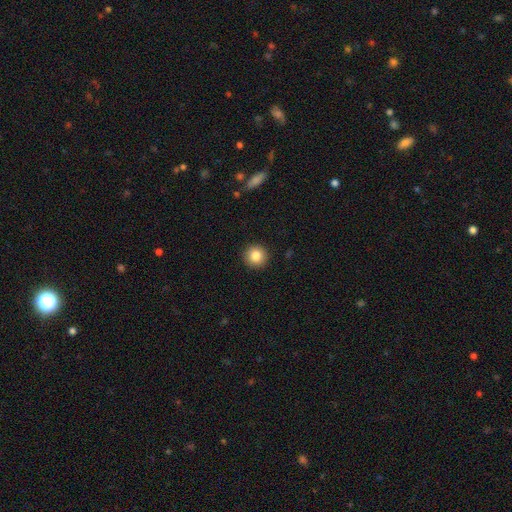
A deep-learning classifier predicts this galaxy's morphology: type=smooth (84%); roundness=round (95%); merging=none (92%).